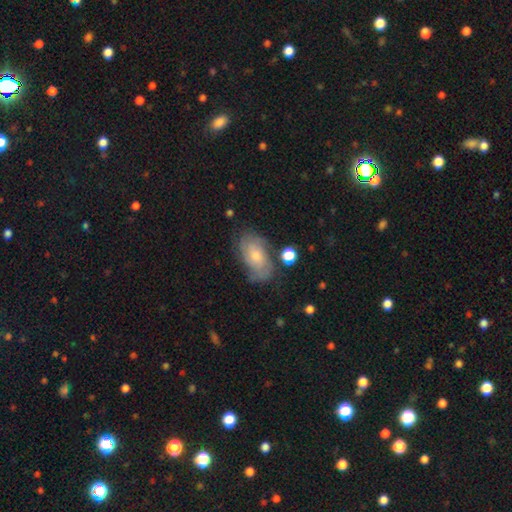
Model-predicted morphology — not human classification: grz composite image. It shows a featured or disk galaxy (54%) with no bar (75%), spiral arms (82%) and a small central bulge (46%). Merging: none (69%).